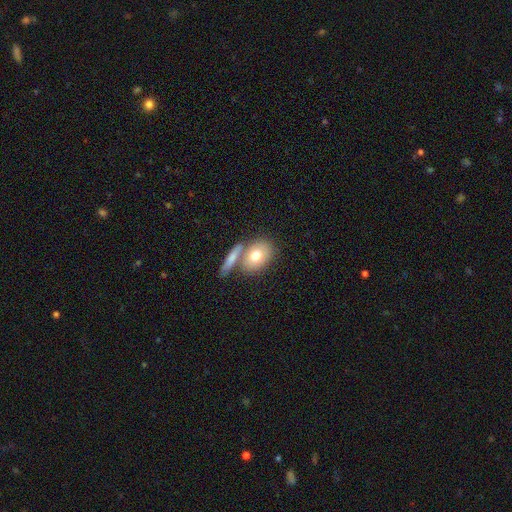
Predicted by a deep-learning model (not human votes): smooth_or_featured: smooth (p=0.72) [alt: featured or disk p=0.22]
how_rounded: in between (p=0.69) [alt: round p=0.27]
merging: none (p=0.52) [alt: merger p=0.31]